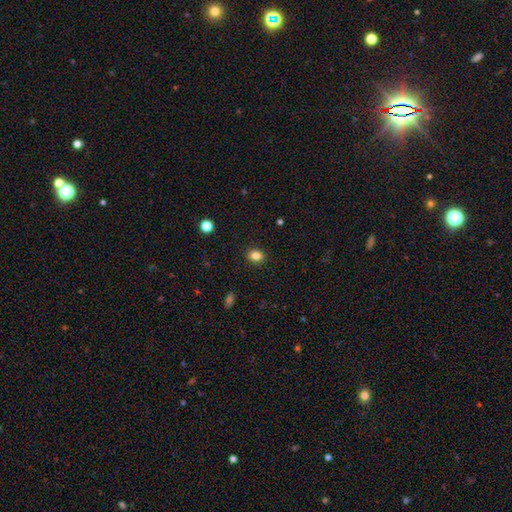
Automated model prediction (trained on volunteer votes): Morphology: type=smooth (83%); roundness=in between (60%); merging=none (90%).